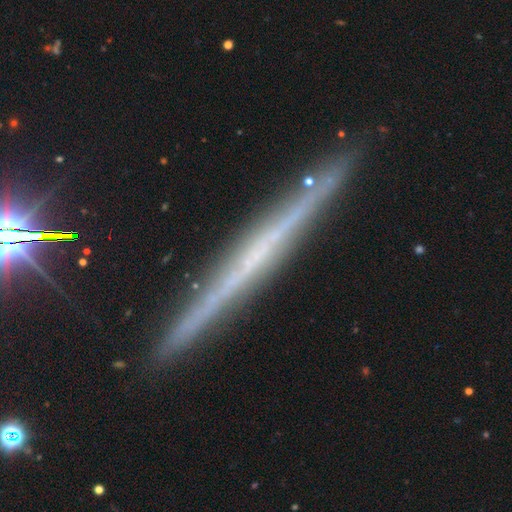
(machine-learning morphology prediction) Q: Smooth or featured?
A: featured or disk (73%); runner-up: smooth (17%)
Q: Edge-on disk?
A: yes (97%); runner-up: no (3%)
Q: Edge-on bulge?
A: none (83%); runner-up: rounded (11%)
Q: Merging?
A: none (89%); runner-up: minor disturbance (8%)